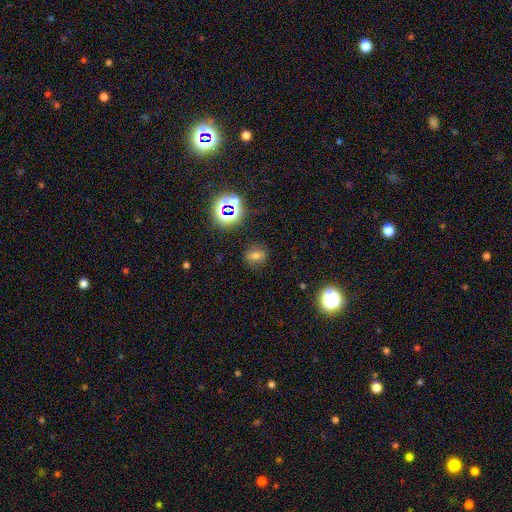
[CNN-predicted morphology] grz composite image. It shows a smooth galaxy with no disk features (63%) that is round (61%). Merging: none (84%).